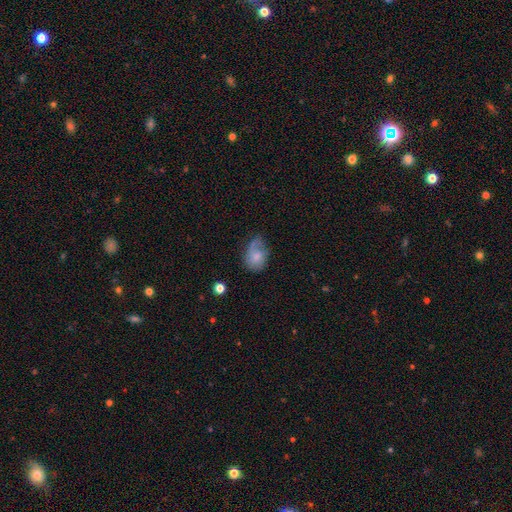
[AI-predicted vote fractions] Smooth or featured: smooth — 60% (featured or disk — 31%)
How rounded: in between — 72% (round — 27%)
Merging: none — 36% (minor disturbance — 32%)